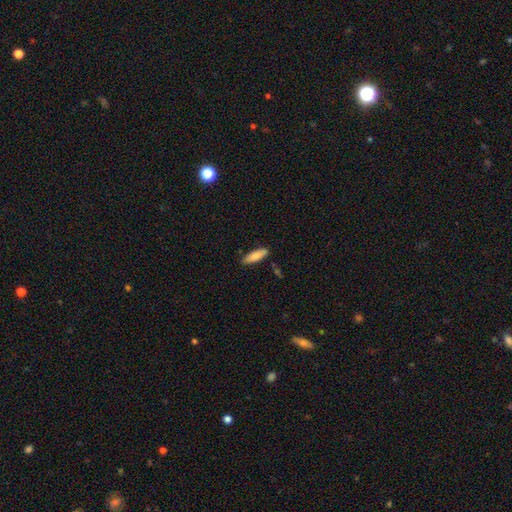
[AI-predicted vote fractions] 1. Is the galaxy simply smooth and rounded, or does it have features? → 84% smooth, 10% featured or disk, 6% star or artifact.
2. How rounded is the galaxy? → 56% cigar-shaped, 43% in between, 2% round.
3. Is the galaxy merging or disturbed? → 85% none, 11% minor disturbance, 2% merger, 2% major disturbance.